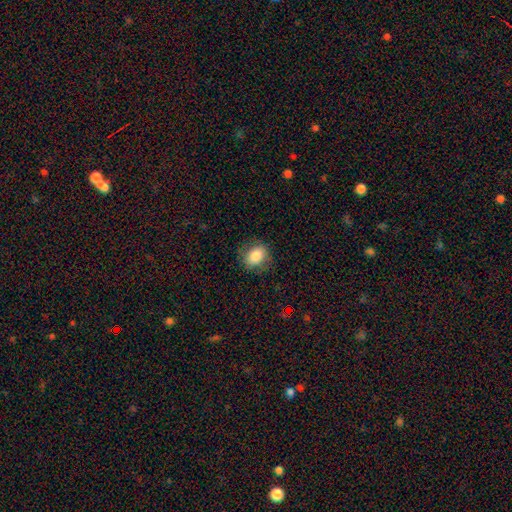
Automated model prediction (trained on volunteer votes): Smooth or featured: smooth — 82% (featured or disk — 10%)
How rounded: in between — 55% (round — 43%)
Merging: none — 79% (minor disturbance — 15%)